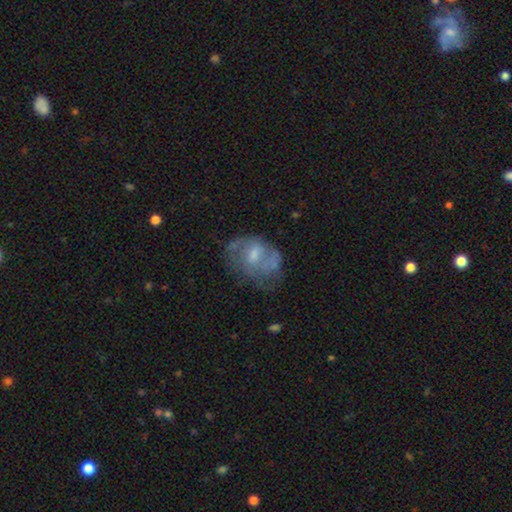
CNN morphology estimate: Smooth or featured: featured or disk — 58% (smooth — 33%)
Edge-on disk: no — 97% (yes — 3%)
Bar: weak — 46% (no — 45%)
Spiral arms: yes — 52% (no — 48%)
Bulge size: moderate — 43% (small — 35%)
Merging: none — 42% (major disturbance — 27%)